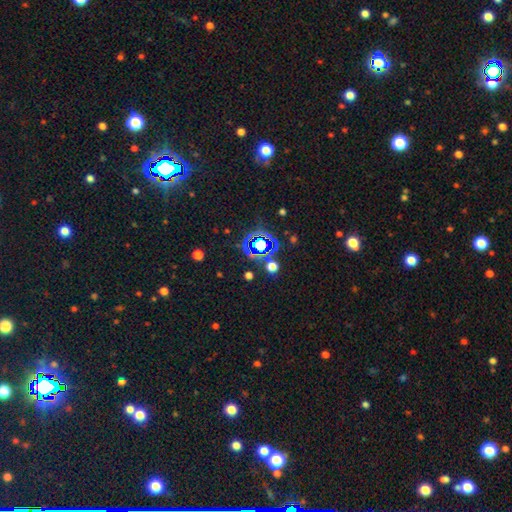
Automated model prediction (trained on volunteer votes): Smooth or featured? star or artifact (76%)